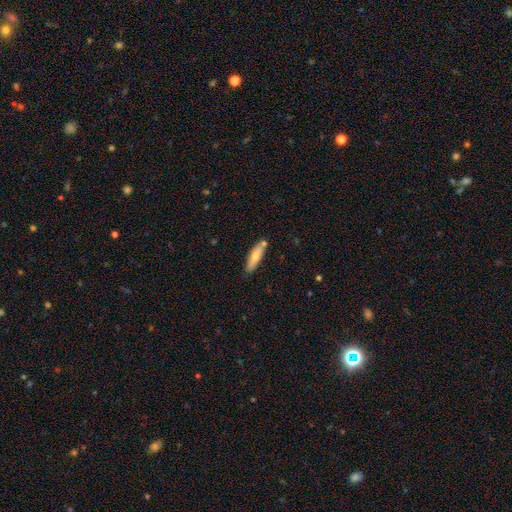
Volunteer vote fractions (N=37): Overall: smooth (62%; featured or disk 32%). How rounded: cigar-shaped (91%). Merging: none (71%).